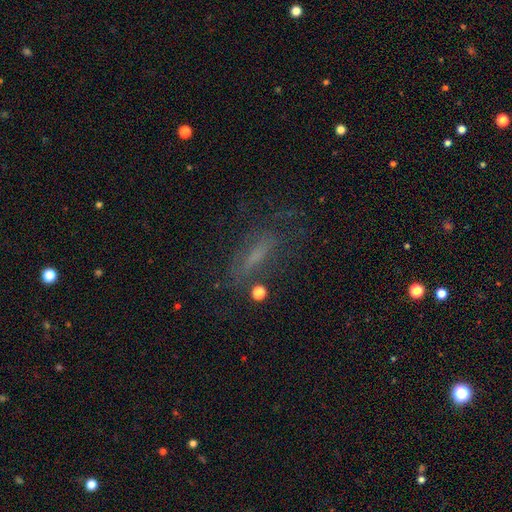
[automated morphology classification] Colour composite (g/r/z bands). It shows a featured or disk galaxy (40%). Merging: none (59%).